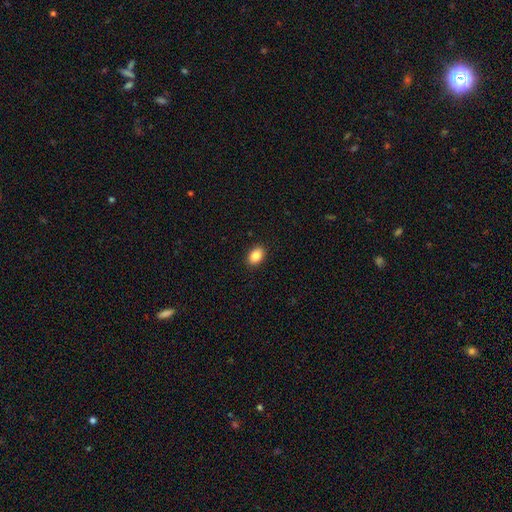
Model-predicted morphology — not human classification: Smooth or featured? Predicted: smooth (p=0.87). How rounded? Predicted: in between (p=0.82). Merging? Predicted: none (p=0.91).